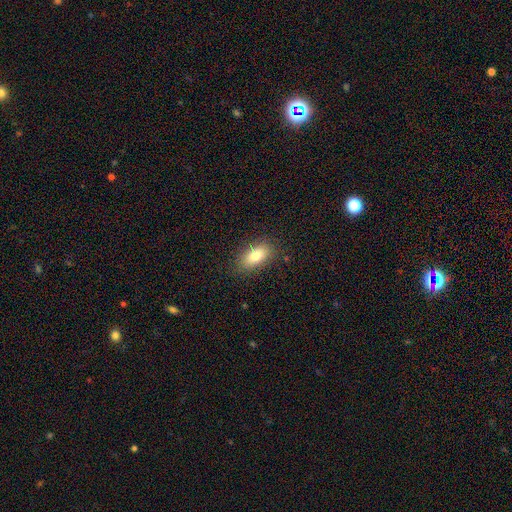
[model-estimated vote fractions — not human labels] A smooth galaxy with no disk features (79%) that is in between round and cigar-shaped (88%). Merging: none (84%).